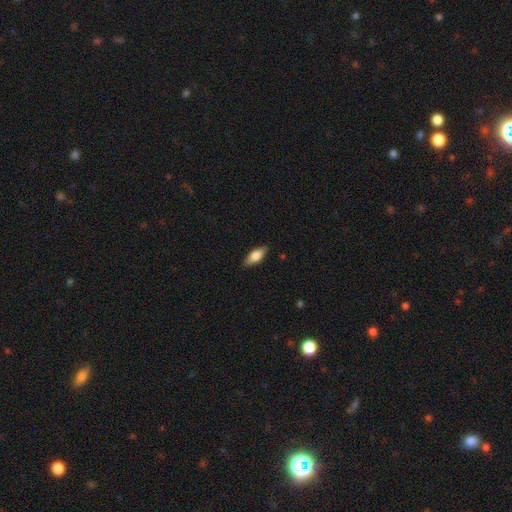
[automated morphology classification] A smooth galaxy with no disk features (62%) that is in between round and cigar-shaped (71%). Merging: none (87%).